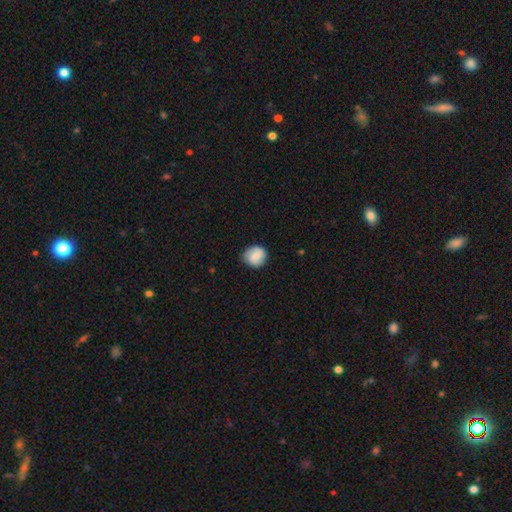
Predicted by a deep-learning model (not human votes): This appears to be a smooth galaxy with no disk features (55%) that is round (80%). Merging: none (81%).